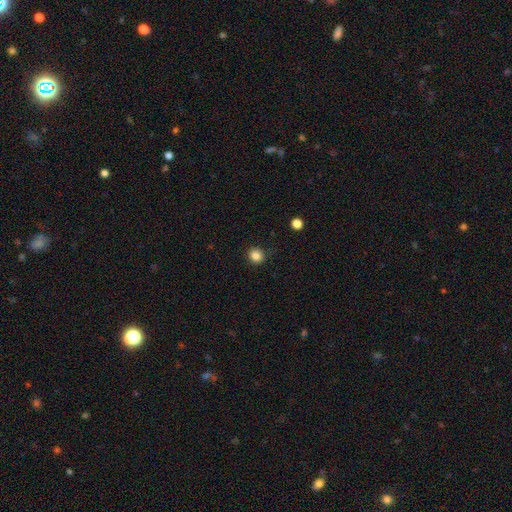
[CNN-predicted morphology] type=smooth (85%); roundness=round (86%); merging=none (87%).